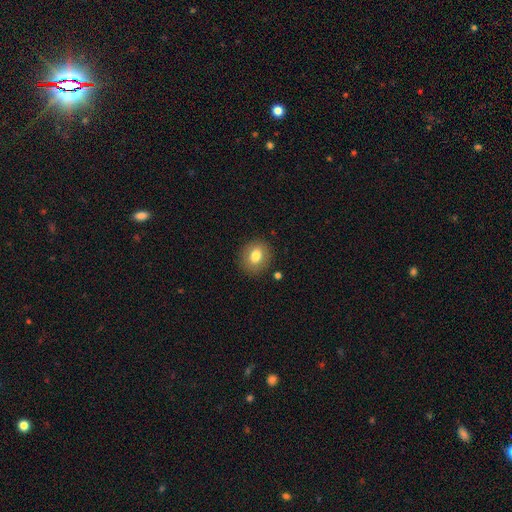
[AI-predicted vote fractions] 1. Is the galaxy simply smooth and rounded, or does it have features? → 78% smooth, 12% featured or disk, 9% star or artifact.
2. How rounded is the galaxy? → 65% round, 34% in between, 1% cigar-shaped.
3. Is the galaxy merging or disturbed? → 87% none, 8% minor disturbance, 3% major disturbance, 2% merger.